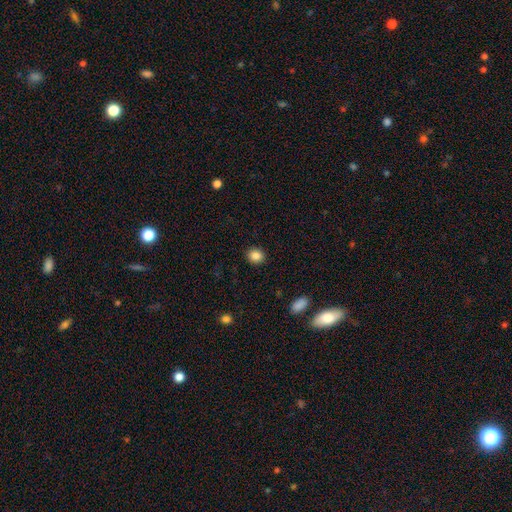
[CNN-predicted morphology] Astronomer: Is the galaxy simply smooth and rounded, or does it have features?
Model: smooth — 85%.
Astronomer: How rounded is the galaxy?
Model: round — 79%.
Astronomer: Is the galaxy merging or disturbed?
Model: none — 91%.